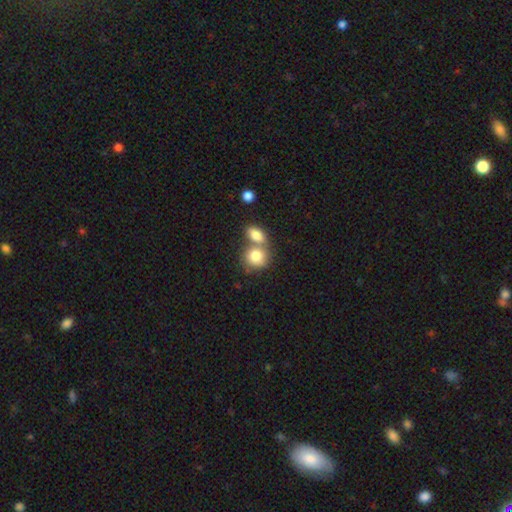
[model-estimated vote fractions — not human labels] Overall: smooth (81%). How rounded: round (64%; in between 35%). Merging: merger (55%; none 34%).